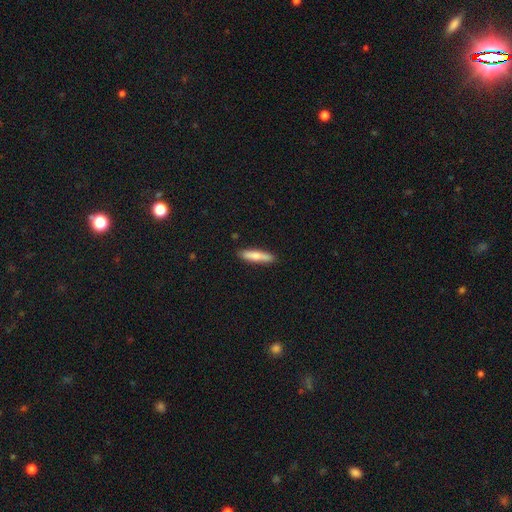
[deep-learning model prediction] Smooth or featured: smooth — 76% (featured or disk — 18%)
How rounded: cigar-shaped — 84% (in between — 15%)
Merging: none — 87% (minor disturbance — 9%)